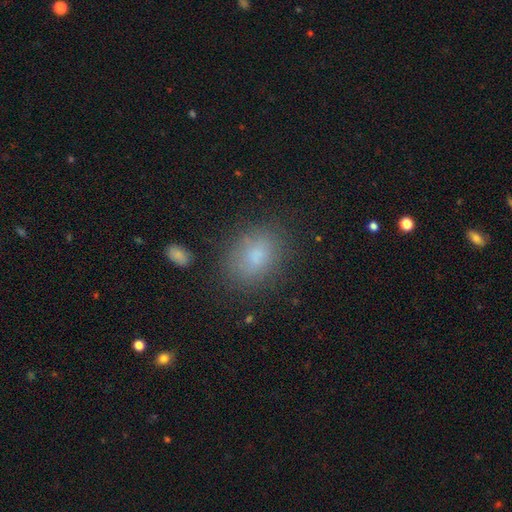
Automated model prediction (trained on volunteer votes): Overall: smooth (79%). How rounded: in between (66%; round 33%). Merging: none (77%).